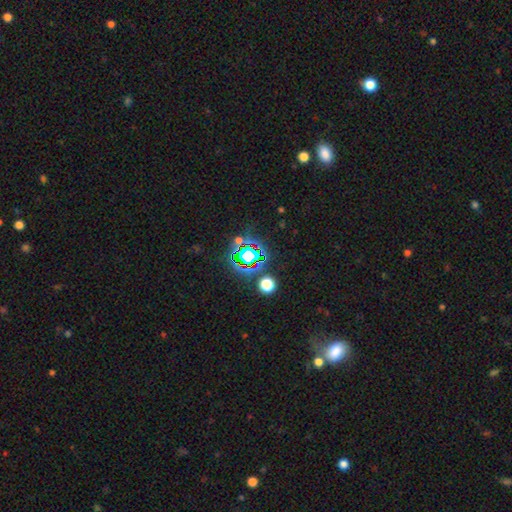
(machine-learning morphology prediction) A star or artifact, not a galaxy (65%).